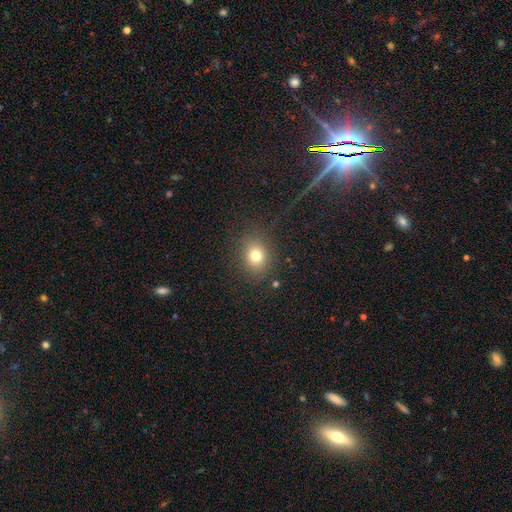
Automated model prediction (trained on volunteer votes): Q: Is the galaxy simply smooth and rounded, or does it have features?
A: smooth — 75%.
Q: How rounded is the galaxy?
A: round — 63%.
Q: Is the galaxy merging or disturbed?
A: none — 82%.